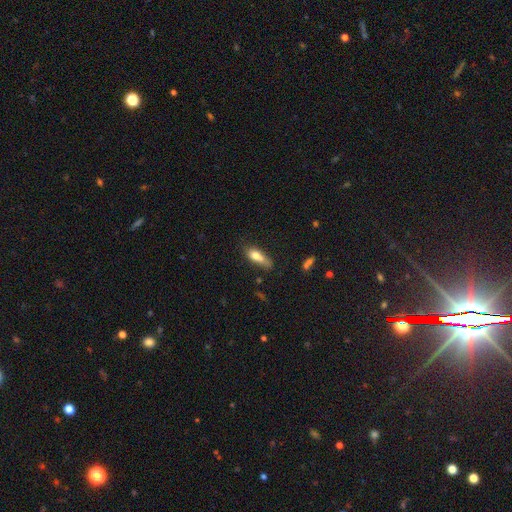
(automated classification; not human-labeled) Smooth or featured?
  - smooth: 72% *
  - featured or disk: 20%
  - star or artifact: 8%
How rounded?
  - in between: 65% *
  - cigar-shaped: 30%
  - round: 5%
Merging?
  - none: 40% *
  - minor disturbance: 30%
  - major disturbance: 16%
  - merger: 15%